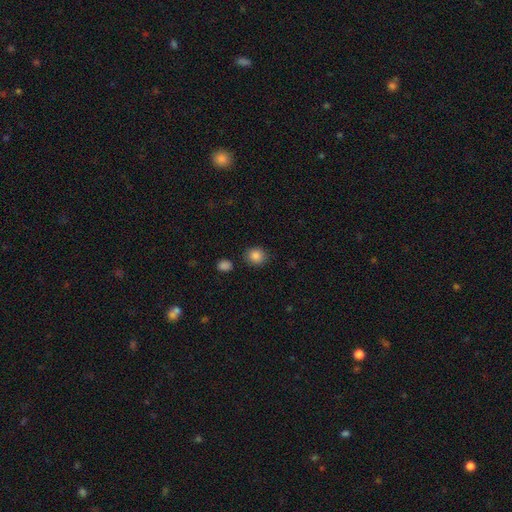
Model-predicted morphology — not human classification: smooth 86%, star or artifact 10%, featured or disk 4%. Down the decision tree: how rounded — round (79%); merging — none (85%).